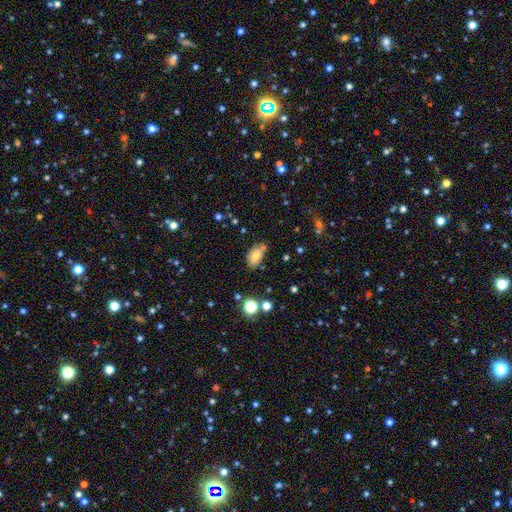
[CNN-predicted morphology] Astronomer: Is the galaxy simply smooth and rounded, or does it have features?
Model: smooth — 72%.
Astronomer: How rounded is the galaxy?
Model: in between — 91%.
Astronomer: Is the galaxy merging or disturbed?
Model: none — 63%.